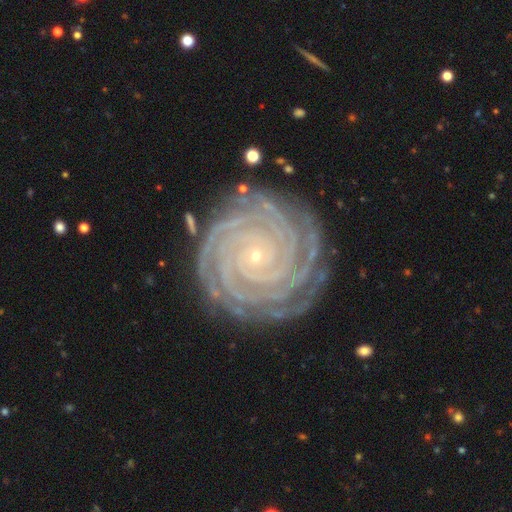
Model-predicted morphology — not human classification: A featured or disk galaxy (93%) with no bar (77%), 4 (25%) tight (94%) spiral arms (99%) and a small central bulge (91%).

Vote fractions:
- Smooth or featured? featured or disk: 93% / star or artifact: 5% / smooth: 2%
- Edge-on disk? no: 98% / yes: 2%
- Bar? no: 77% / weak: 13% / strong: 11%
- Spiral arms? yes: 99% / no: 1%
- Spiral winding? tight: 94% / medium: 5% / loose: 1%
- Spiral arm count? 4: 25% / more than 4: 22% / 3: 18% / 2: 14% / can't tell: 11% / 1: 9%
- Bulge size? small: 91% / moderate: 6% / none: 1% / large: 1% / dominant: 1%
- Merging? none: 85% / minor disturbance: 11% / major disturbance: 2% / merger: 1%